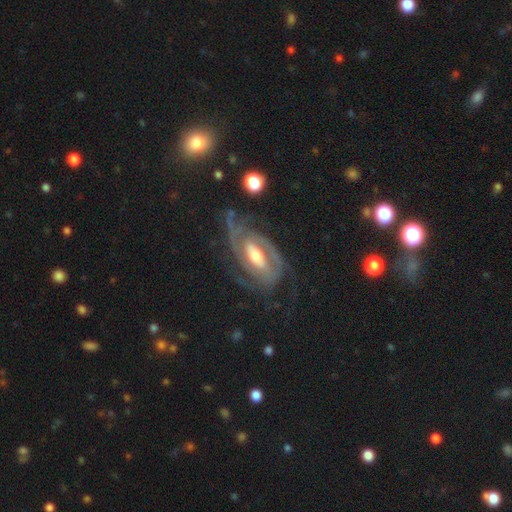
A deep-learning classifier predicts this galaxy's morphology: Smooth or featured? featured or disk (89%)
Edge-on disk? no (96%)
Bar? weak (42%)
Spiral arms? yes (96%)
Spiral winding? tight (50%)
Spiral arm count? 2 (68%)
Bulge size? moderate (65%)
Merging? none (61%)